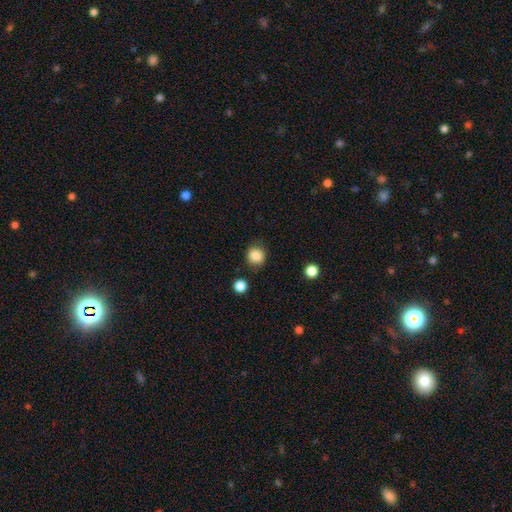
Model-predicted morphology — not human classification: type=smooth (86%); roundness=round (86%); merging=none (83%).